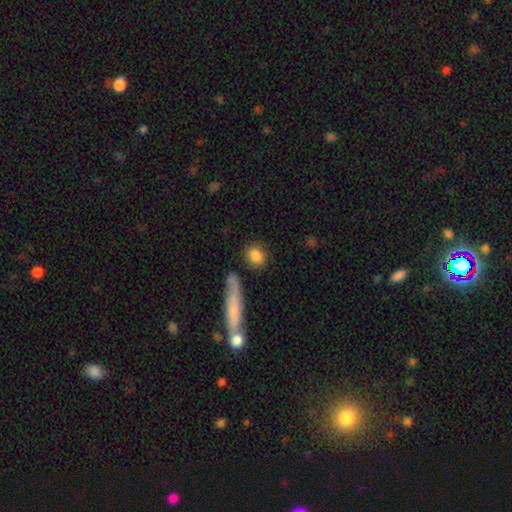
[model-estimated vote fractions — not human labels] This is clearly a smooth galaxy (85%). How rounded: likely round (64%). Merging: likely none (76%).